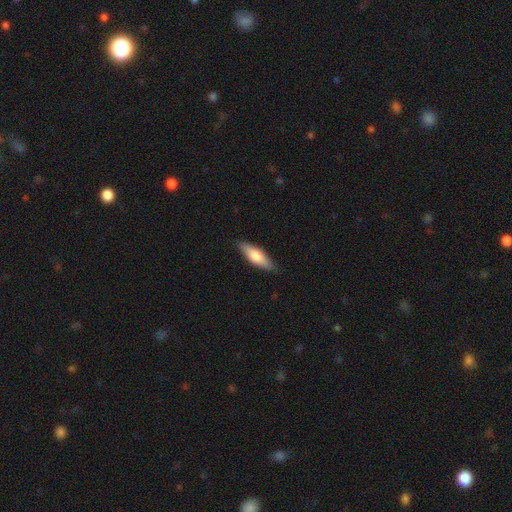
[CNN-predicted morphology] Smooth or featured: smooth — 65% (featured or disk — 30%)
How rounded: in between — 52% (cigar-shaped — 46%)
Merging: none — 85% (minor disturbance — 12%)